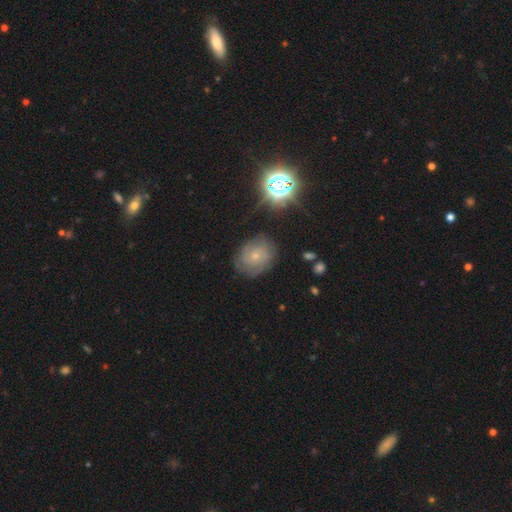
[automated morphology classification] Overall: featured or disk (57%; smooth 28%). Edge-on disk: no (97%). Bar: no (77%). Spiral arms: yes (85%). Bulge size: small (68%). Merging: none (76%).